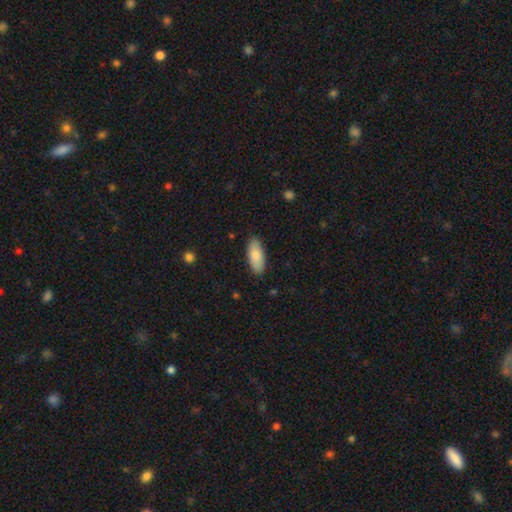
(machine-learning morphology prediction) Smooth or featured?
  - smooth: 83% *
  - featured or disk: 12%
  - star or artifact: 6%
How rounded?
  - in between: 86% *
  - cigar-shaped: 12%
  - round: 2%
Merging?
  - none: 87% *
  - minor disturbance: 10%
  - major disturbance: 2%
  - merger: 1%